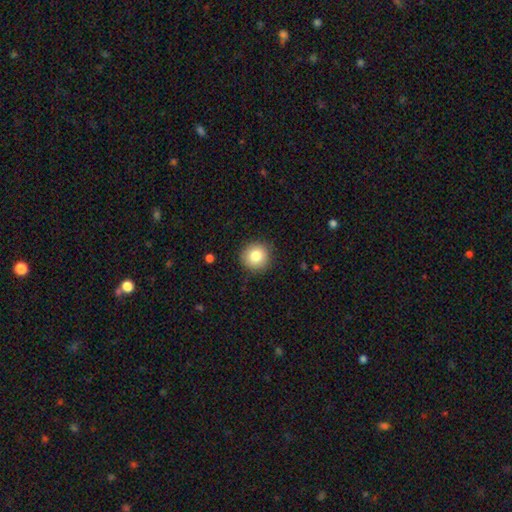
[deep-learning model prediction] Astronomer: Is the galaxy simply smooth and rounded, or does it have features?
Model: smooth — 83%.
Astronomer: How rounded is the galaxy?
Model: round — 91%.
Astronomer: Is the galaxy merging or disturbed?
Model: none — 88%.